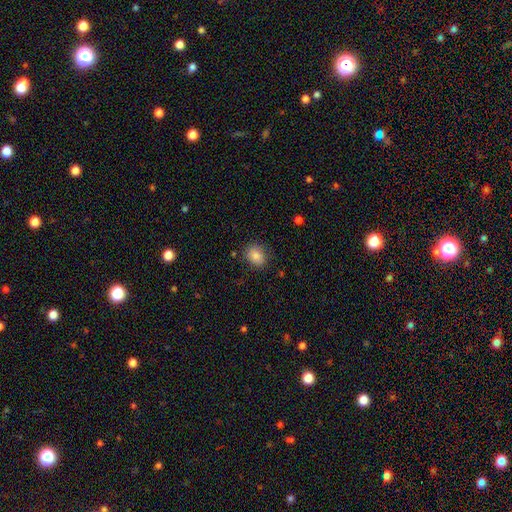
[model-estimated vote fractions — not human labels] Smooth or featured? smooth (83%)
How rounded? round (52%)
Merging? none (81%)